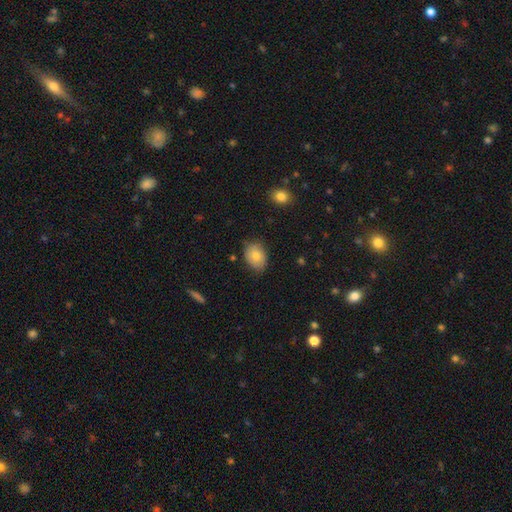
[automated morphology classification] Smooth or featured? smooth (79%)
How rounded? in between (70%)
Merging? none (79%)